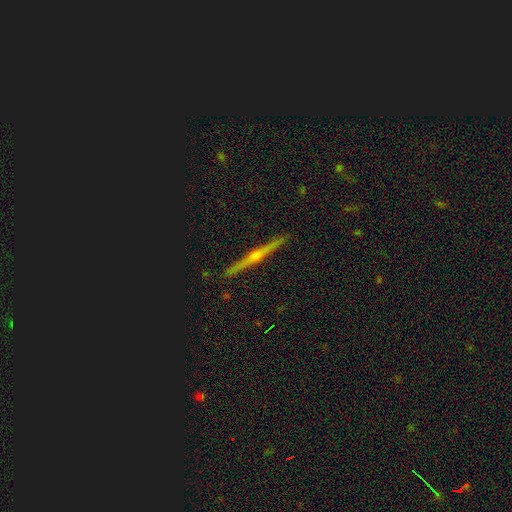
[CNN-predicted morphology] Smooth or featured? featured or disk (73%)
Edge-on disk? yes (98%)
Edge-on bulge? rounded (70%)
Merging? none (93%)